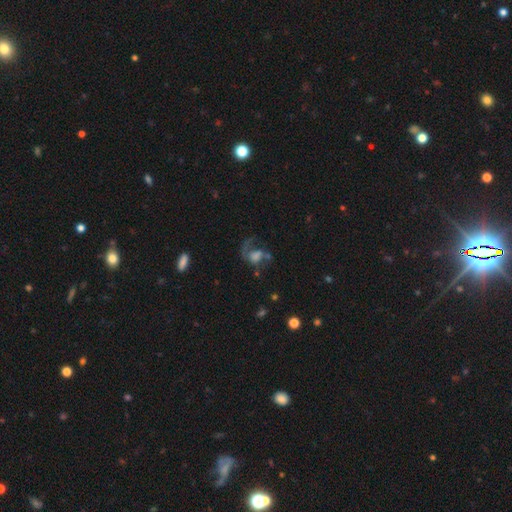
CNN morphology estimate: Smooth or featured: featured or disk — 62% (smooth — 25%)
Edge-on disk: no — 97% (yes — 3%)
Bar: no — 67% (weak — 27%)
Spiral arms: yes — 80% (no — 20%)
Bulge size: large — 27% (tied with moderate — 27%)
Merging: major disturbance — 42% (none — 35%)